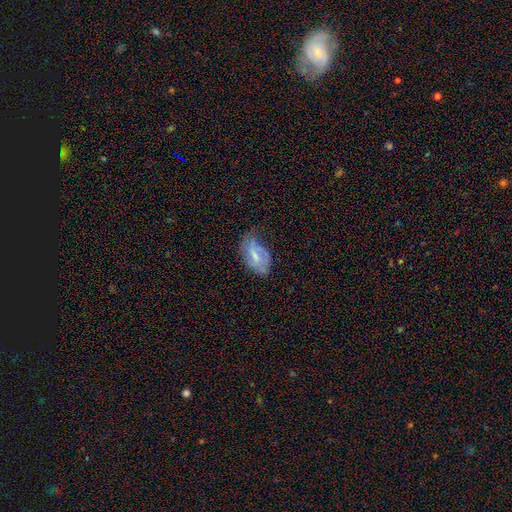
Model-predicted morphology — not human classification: type=smooth (50%); merging=minor disturbance (39%, tied with none).